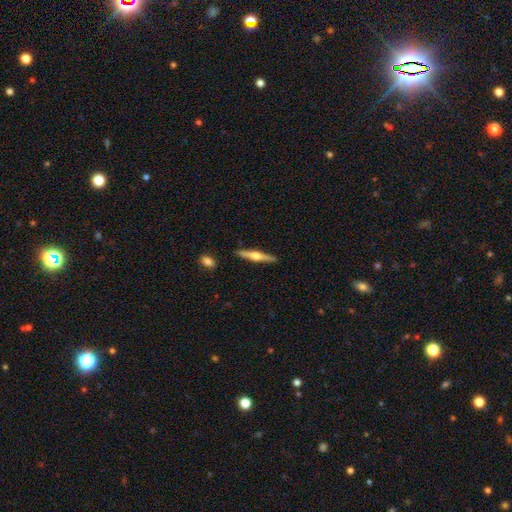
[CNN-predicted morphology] This is likely a featured or disk galaxy (68%). It is clearly viewed edge-on (98%). Edge-on bulge: clearly rounded (93%). Merging: clearly none (90%).